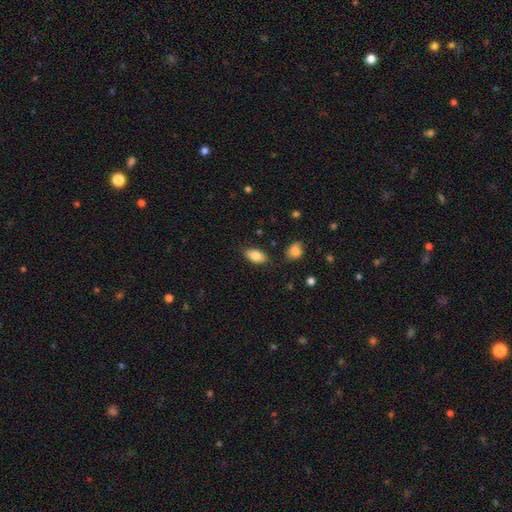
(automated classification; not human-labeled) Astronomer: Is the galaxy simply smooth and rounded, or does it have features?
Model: smooth — 82%.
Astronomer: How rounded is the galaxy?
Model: in between — 92%.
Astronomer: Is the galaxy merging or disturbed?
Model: none — 81%.